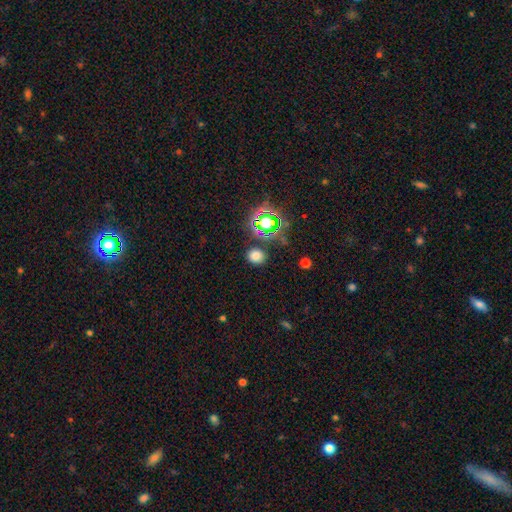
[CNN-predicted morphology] Smooth or featured: smooth — 70% (star or artifact — 24%)
How rounded: round — 73% (in between — 26%)
Merging: none — 85% (minor disturbance — 9%)